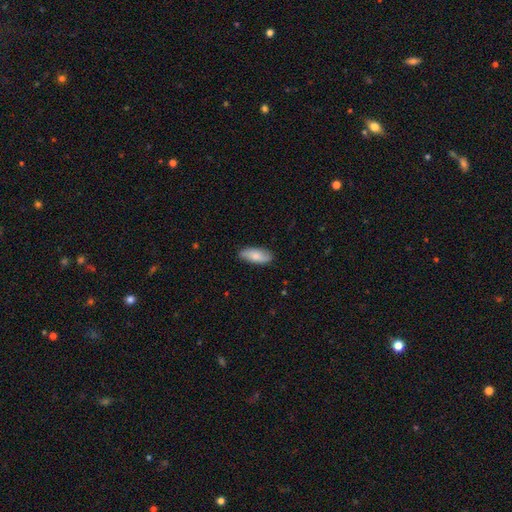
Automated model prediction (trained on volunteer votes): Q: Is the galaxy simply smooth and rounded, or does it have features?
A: smooth — 78%.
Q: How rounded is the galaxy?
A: in between — 81%.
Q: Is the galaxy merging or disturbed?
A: none — 85%.